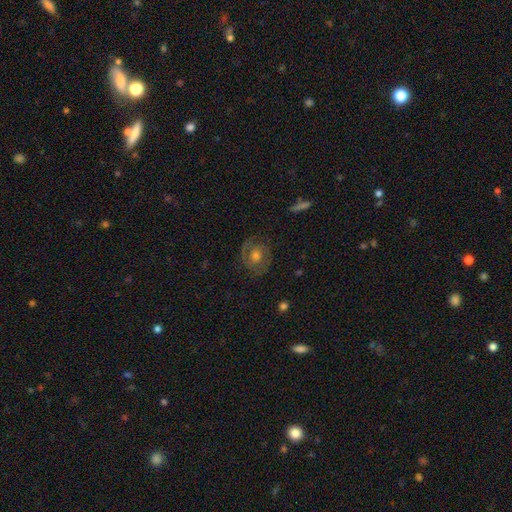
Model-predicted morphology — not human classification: Q: Smooth or featured?
A: featured or disk (76%); runner-up: smooth (15%)
Q: Edge-on disk?
A: no (97%); runner-up: yes (3%)
Q: Bar?
A: no (62%); runner-up: weak (31%)
Q: Spiral arms?
A: yes (91%); runner-up: no (9%)
Q: Spiral winding?
A: tight (49%); runner-up: medium (41%)
Q: Spiral arm count?
A: 2 (83%); runner-up: can't tell (9%)
Q: Bulge size?
A: moderate (64%); runner-up: small (23%)
Q: Merging?
A: none (80%); runner-up: minor disturbance (13%)